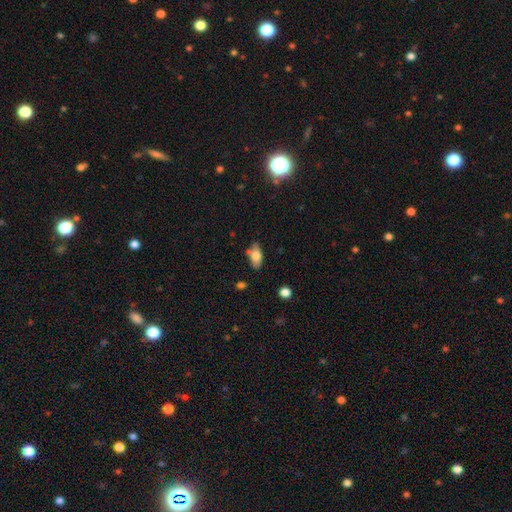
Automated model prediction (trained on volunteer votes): Morphology: type=smooth (74%); roundness=in between (88%); merging=none (68%).